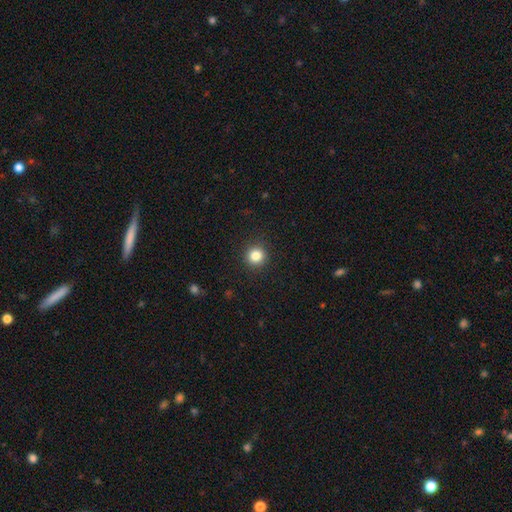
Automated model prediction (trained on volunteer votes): A smooth galaxy with no disk features (83%) that is round (94%). Merging: none (92%).